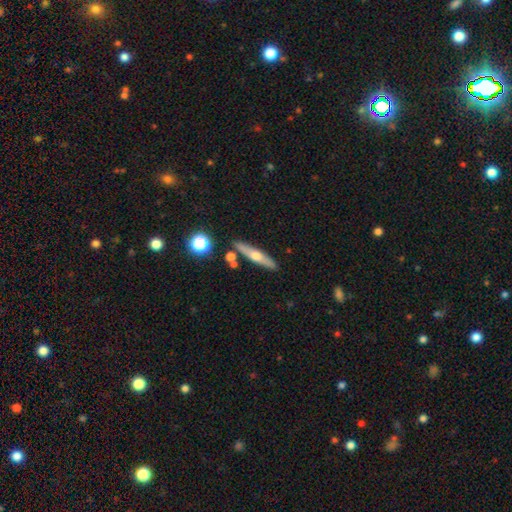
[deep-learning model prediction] A featured or disk galaxy (50%) viewed edge-on (91%). Merging: none (83%).